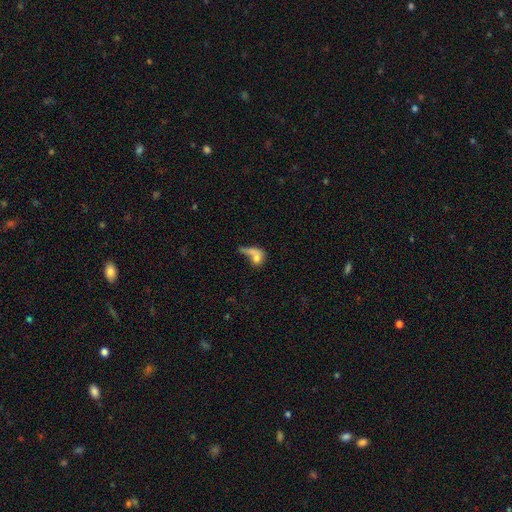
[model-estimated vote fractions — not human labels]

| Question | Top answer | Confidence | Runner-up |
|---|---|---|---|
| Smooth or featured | smooth | 65% | featured or disk (24%) |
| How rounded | in between | 52% | round (39%) |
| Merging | merger | 42% | major disturbance (25%) |